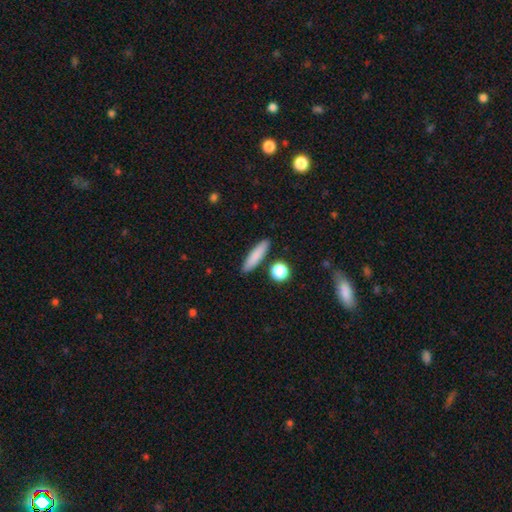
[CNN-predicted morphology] smooth-or-featured: smooth: 82% | featured or disk: 11% | star or artifact: 7%
  how-rounded: cigar-shaped: 77% | in between: 20% | round: 4%
  merging: none: 87% | minor disturbance: 7% | merger: 4% | major disturbance: 2%